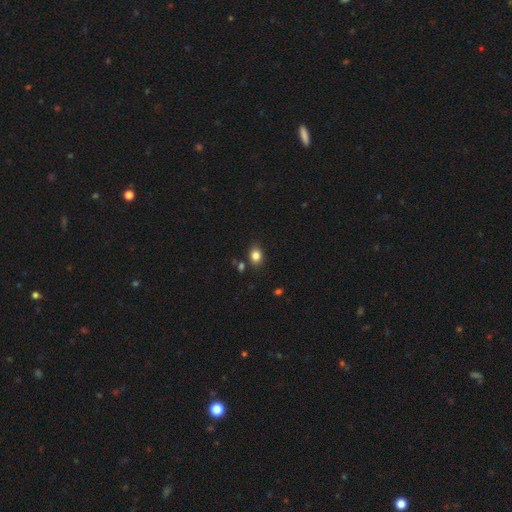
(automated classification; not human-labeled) Q: Smooth or featured?
A: smooth (83%); runner-up: star or artifact (10%)
Q: How rounded?
A: in between (62%); runner-up: round (37%)
Q: Merging?
A: none (81%); runner-up: minor disturbance (12%)